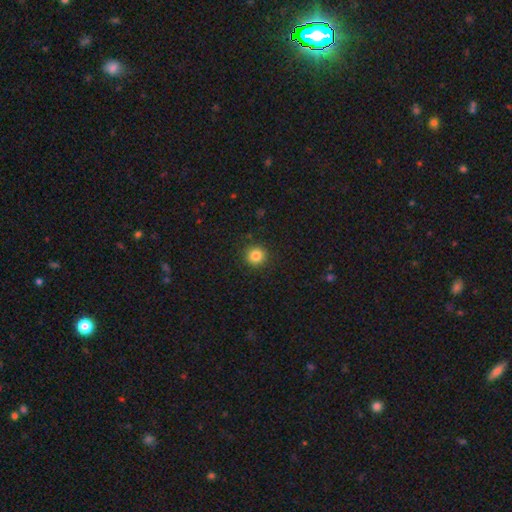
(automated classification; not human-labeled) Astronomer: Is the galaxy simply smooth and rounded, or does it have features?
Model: smooth — 84%.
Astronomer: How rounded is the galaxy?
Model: round — 95%.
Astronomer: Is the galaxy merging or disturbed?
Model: none — 91%.